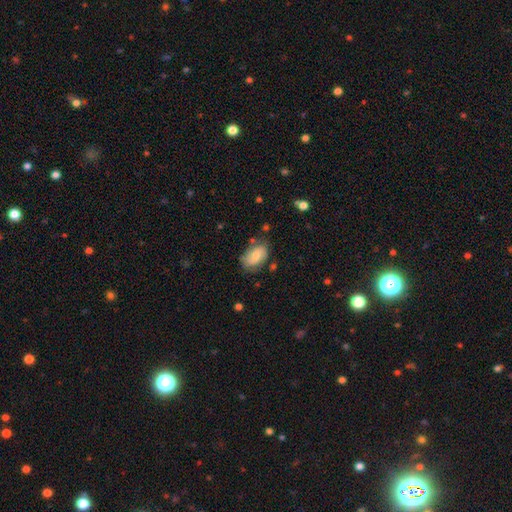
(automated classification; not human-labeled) Q: Smooth or featured?
A: smooth (73%); runner-up: featured or disk (20%)
Q: How rounded?
A: in between (91%); runner-up: round (7%)
Q: Merging?
A: none (67%); runner-up: minor disturbance (23%)